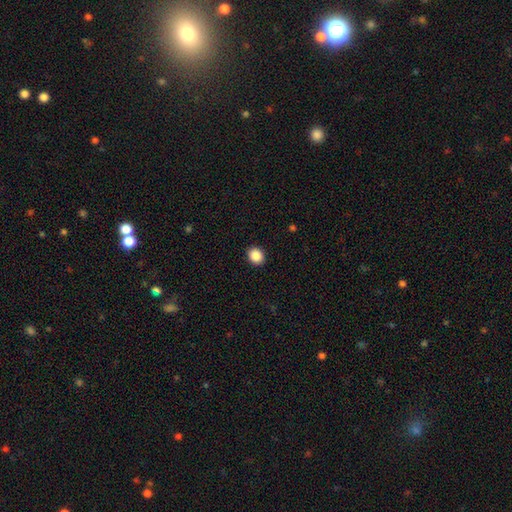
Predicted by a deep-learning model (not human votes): Smooth or featured?
  - smooth: 88% *
  - star or artifact: 9%
  - featured or disk: 3%
How rounded?
  - round: 65% *
  - in between: 34%
  - cigar-shaped: 1%
Merging?
  - none: 92% *
  - minor disturbance: 5%
  - major disturbance: 2%
  - merger: 1%